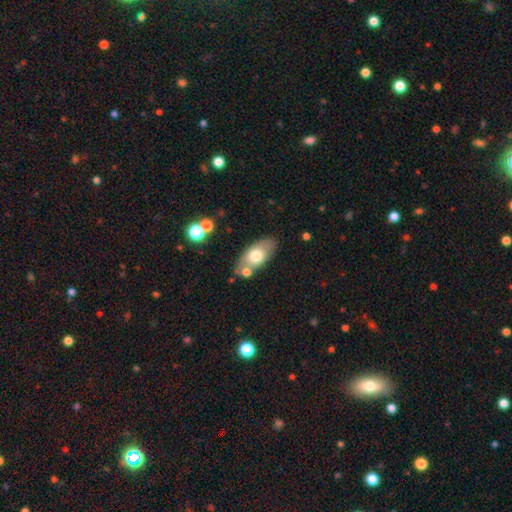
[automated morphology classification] Q: Smooth or featured?
A: smooth (65%); runner-up: featured or disk (28%)
Q: How rounded?
A: in between (90%); runner-up: cigar-shaped (6%)
Q: Merging?
A: none (69%); runner-up: minor disturbance (14%)